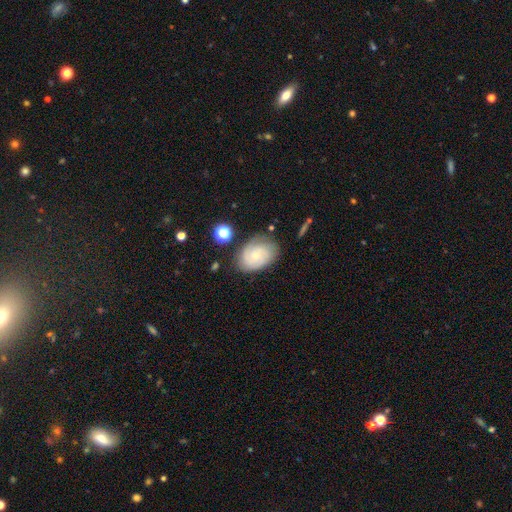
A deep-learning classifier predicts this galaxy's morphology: The model was most divided on "smooth or featured": featured or disk: 55%, smooth: 37%, star or artifact: 8%. More confident: edge-on disk — no (96%); spiral arms — yes (84%); bar — no (80%); bulge size — small (70%); merging — none (70%).